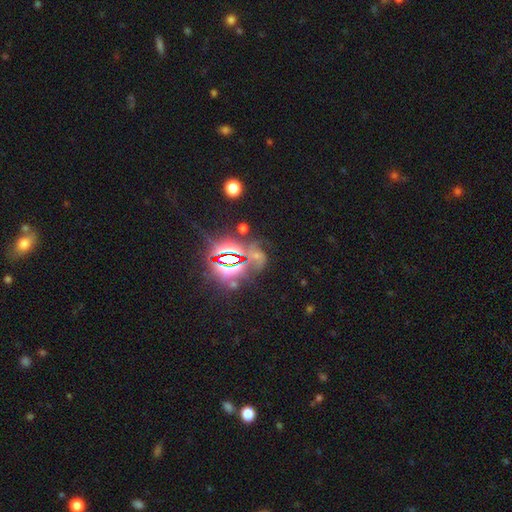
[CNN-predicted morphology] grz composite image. It shows a star or artifact, not a galaxy (71%).